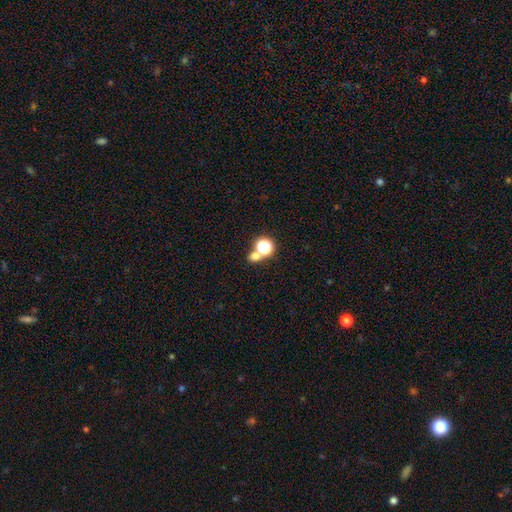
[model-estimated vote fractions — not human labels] Q: Smooth or featured?
A: smooth (62%); runner-up: star or artifact (29%)
Q: How rounded?
A: round (70%); runner-up: in between (29%)
Q: Merging?
A: none (52%); runner-up: merger (37%)